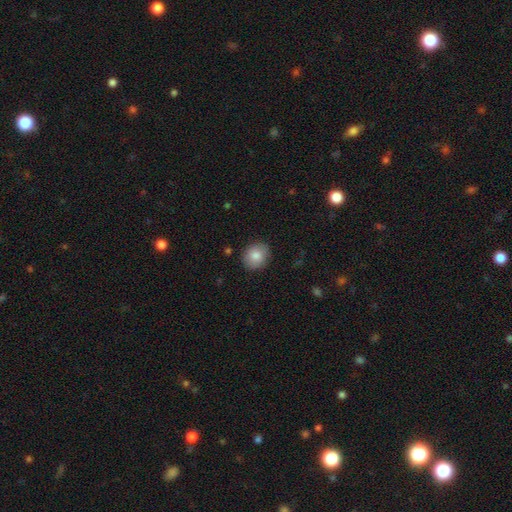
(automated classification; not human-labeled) A smooth galaxy with no disk features (83%) that is round (70%).

Vote fractions:
- Smooth or featured? smooth: 83% / featured or disk: 10% / star or artifact: 8%
- How rounded? round: 70% / in between: 29% / cigar-shaped: 1%
- Merging? none: 87% / minor disturbance: 10% / major disturbance: 2% / merger: 1%